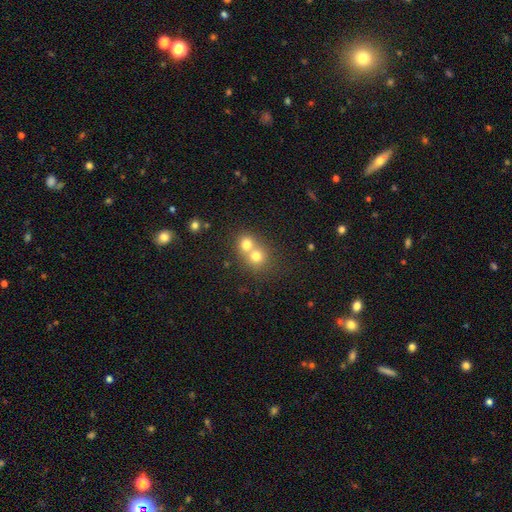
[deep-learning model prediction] Overall: smooth (72%). How rounded: round (81%). Merging: merger (64%; none 30%).